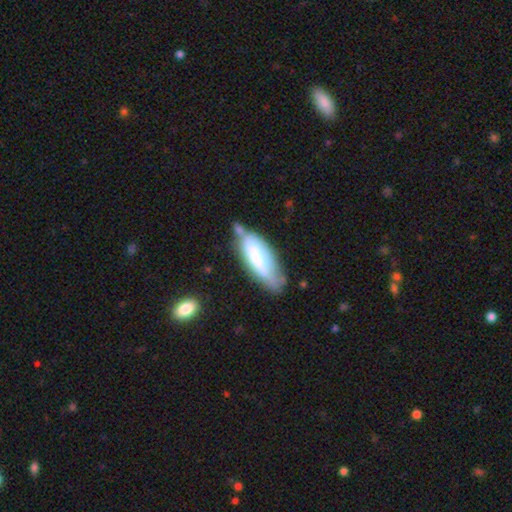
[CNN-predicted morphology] smooth_or_featured: smooth (p=0.57) [alt: featured or disk p=0.36]
how_rounded: in between (p=0.51) [alt: cigar-shaped p=0.48]
merging: none (p=0.40) [alt: minor disturbance p=0.32]